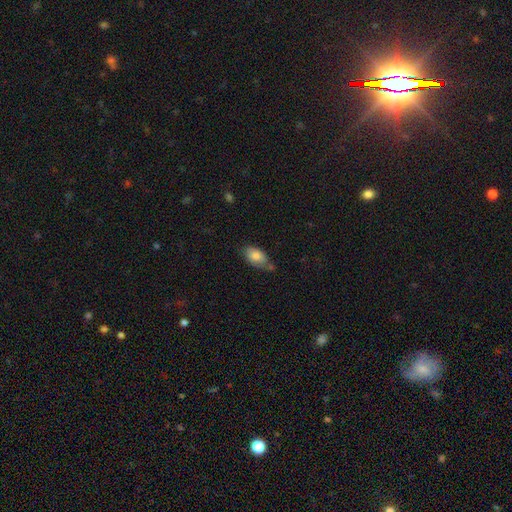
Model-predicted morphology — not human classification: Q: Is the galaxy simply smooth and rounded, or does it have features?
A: smooth — 82%.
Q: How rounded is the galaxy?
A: in between — 92%.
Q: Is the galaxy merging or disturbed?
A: none — 61%.